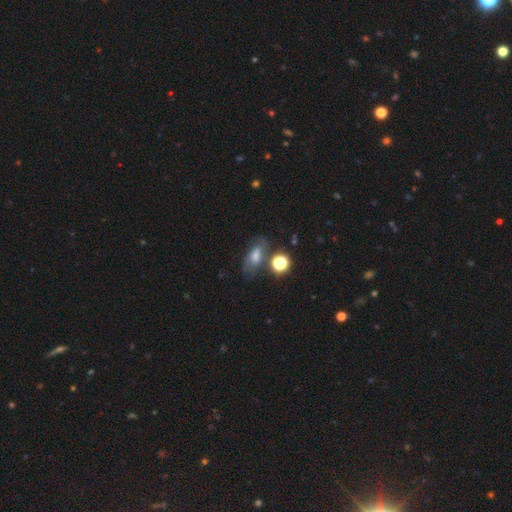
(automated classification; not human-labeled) Overall: smooth (46%; featured or disk 33%). Merging: none (60%).